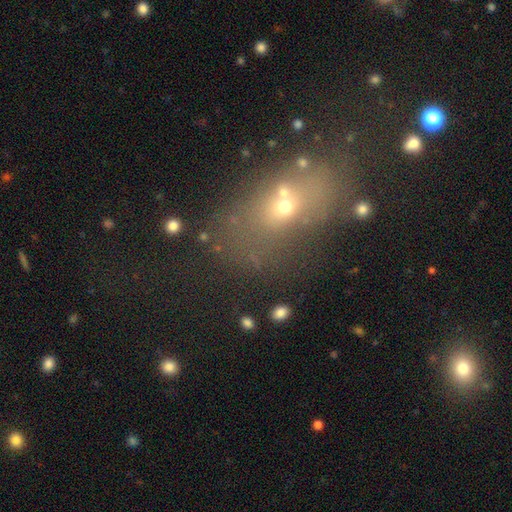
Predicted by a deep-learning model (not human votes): The model was most divided on "merging": none: 46%, merger: 27%, minor disturbance: 15%, major disturbance: 12%. Remaining: smooth or featured — smooth (48%).